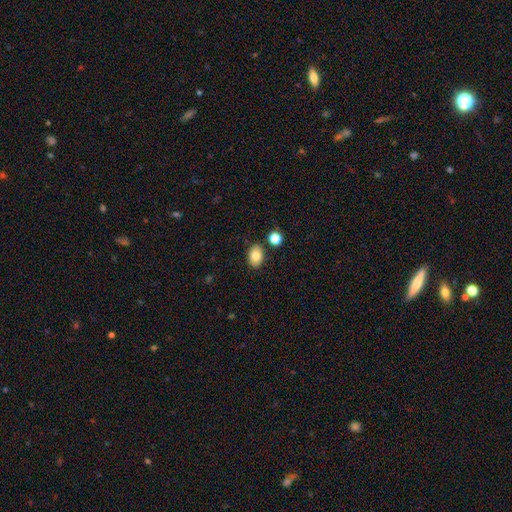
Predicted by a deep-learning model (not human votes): This is clearly a smooth galaxy (83%). How rounded: likely in between (79%). Merging: clearly none (84%).